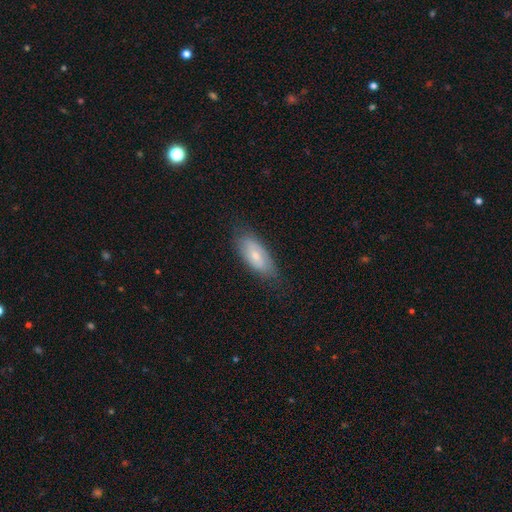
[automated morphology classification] smooth-or-featured: smooth: 63% | featured or disk: 31% | star or artifact: 6%
  how-rounded: in between: 84% | cigar-shaped: 13% | round: 3%
  merging: none: 75% | minor disturbance: 19% | major disturbance: 4% | merger: 1%